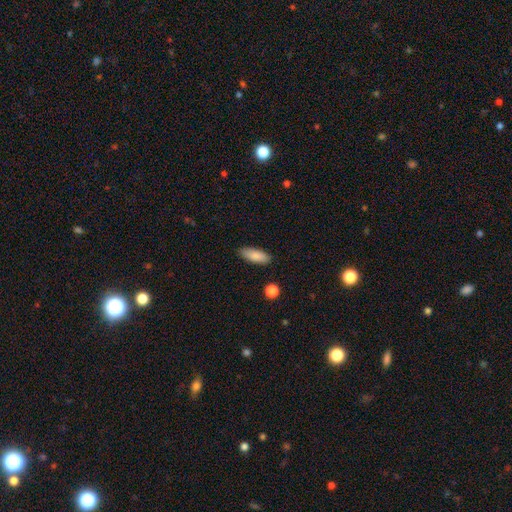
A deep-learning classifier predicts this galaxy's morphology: smooth 86%, featured or disk 7%, star or artifact 7%. Down the decision tree: how rounded — in between (72%); merging — none (87%).